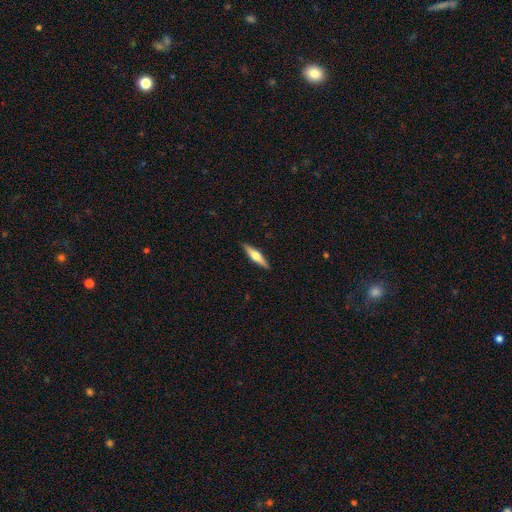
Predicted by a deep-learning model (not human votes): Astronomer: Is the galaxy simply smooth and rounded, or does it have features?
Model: featured or disk — 58% (runner-up: smooth, 37%).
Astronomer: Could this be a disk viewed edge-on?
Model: yes — 96%.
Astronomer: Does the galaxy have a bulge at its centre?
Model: rounded — 91%.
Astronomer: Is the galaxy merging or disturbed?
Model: none — 91%.